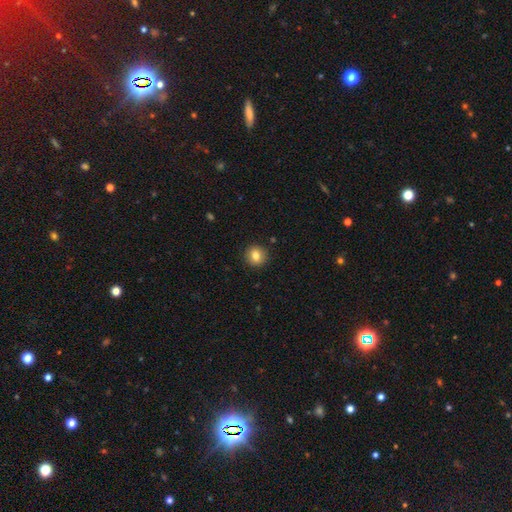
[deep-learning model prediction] Smooth or featured? Predicted: smooth (p=0.81). How rounded? Predicted: round (p=0.86). Merging? Predicted: none (p=0.91).